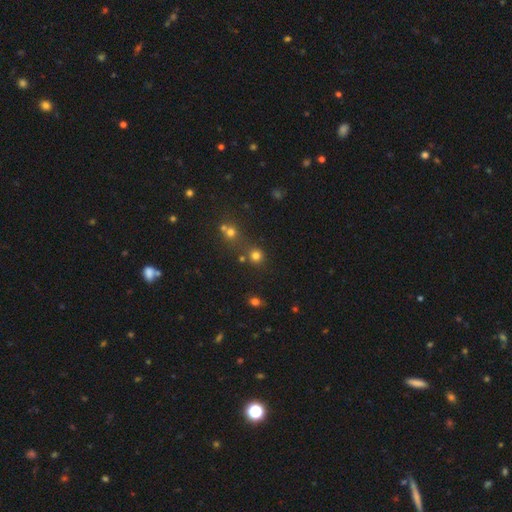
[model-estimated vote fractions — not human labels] Smooth or featured? smooth (74%)
How rounded? round (90%)
Merging? none (69%)